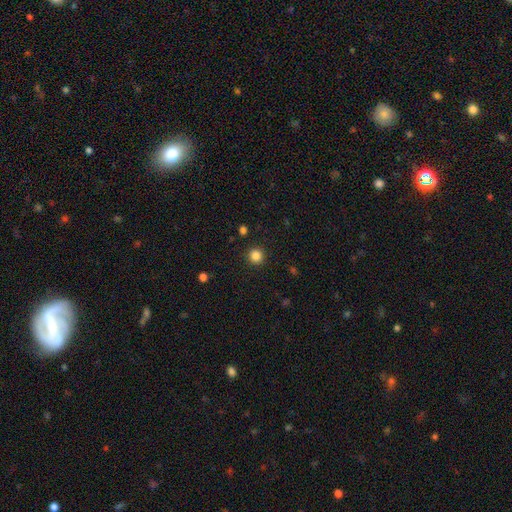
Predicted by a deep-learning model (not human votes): Smooth or featured? Predicted: smooth (p=0.84). How rounded? Predicted: round (p=0.95). Merging? Predicted: none (p=0.92).